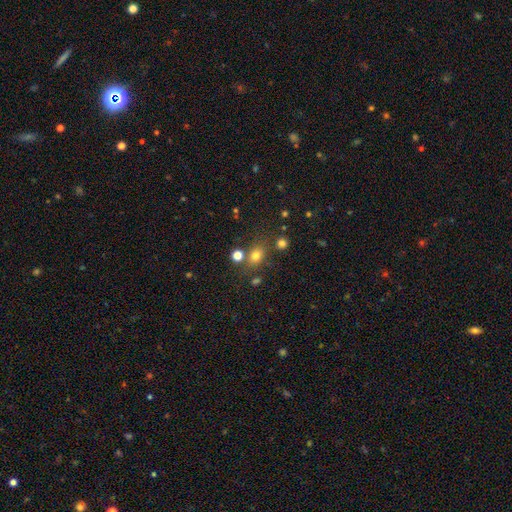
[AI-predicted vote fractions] Overall: smooth (73%). How rounded: round (52%; in between 47%). Merging: none (69%).